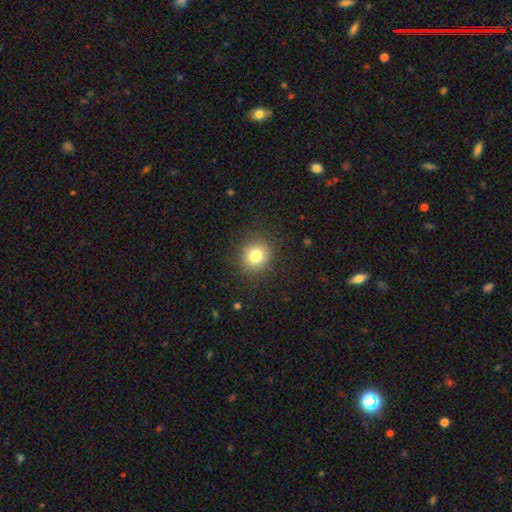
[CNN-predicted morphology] The model was most divided on "smooth or featured": smooth: 80%, star or artifact: 12%, featured or disk: 8%. More confident: merging — none (88%); how rounded — round (83%).